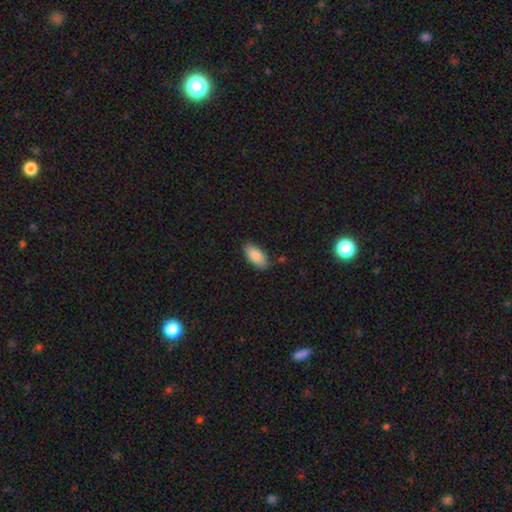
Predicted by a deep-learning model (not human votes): Smooth or featured? smooth (88%)
How rounded? in between (92%)
Merging? none (84%)